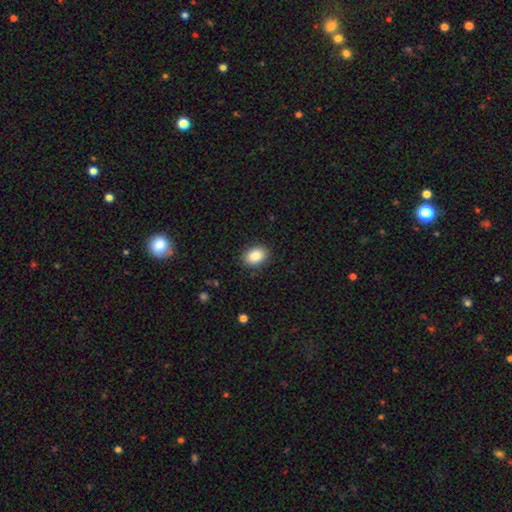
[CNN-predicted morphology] Smooth or featured?
  - smooth: 88% *
  - star or artifact: 8%
  - featured or disk: 4%
How rounded?
  - in between: 68% *
  - round: 31%
  - cigar-shaped: 1%
Merging?
  - none: 89% *
  - minor disturbance: 8%
  - major disturbance: 2%
  - merger: 1%